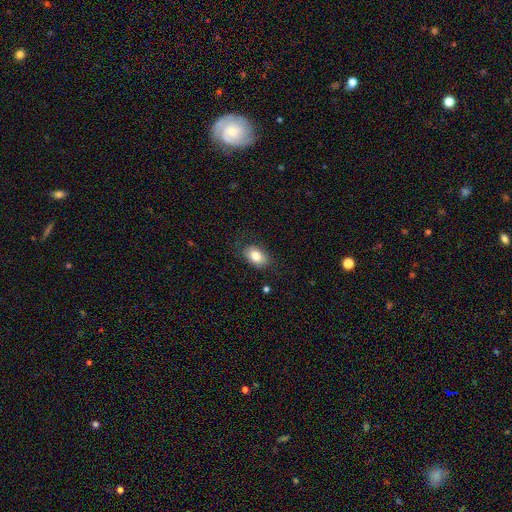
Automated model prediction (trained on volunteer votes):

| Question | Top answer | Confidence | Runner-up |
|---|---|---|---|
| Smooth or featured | smooth | 81% | featured or disk (11%) |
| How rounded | in between | 85% | round (13%) |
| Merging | none | 77% | minor disturbance (17%) |